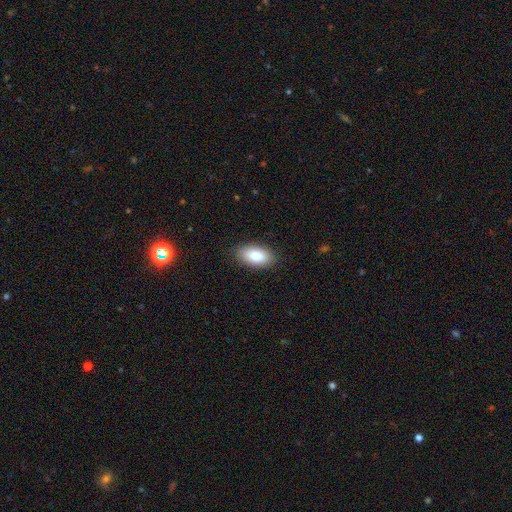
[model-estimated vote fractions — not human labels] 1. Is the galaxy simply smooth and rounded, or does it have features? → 81% smooth, 12% featured or disk, 7% star or artifact.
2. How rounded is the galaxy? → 93% in between, 4% round, 4% cigar-shaped.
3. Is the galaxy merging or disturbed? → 88% none, 9% minor disturbance, 2% major disturbance, 1% merger.